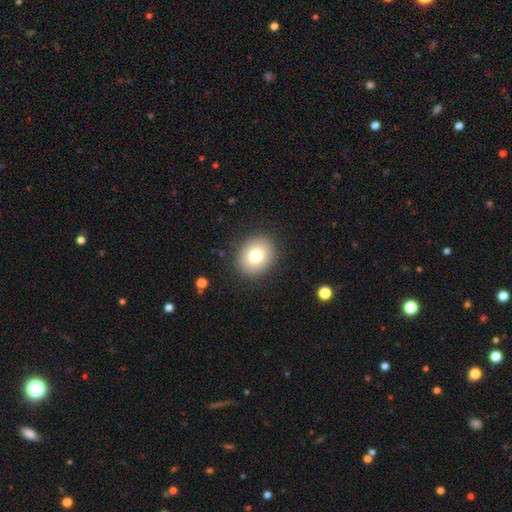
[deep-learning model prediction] Smooth or featured: smooth — 78% (featured or disk — 12%)
How rounded: round — 61% (in between — 38%)
Merging: none — 89% (minor disturbance — 7%)